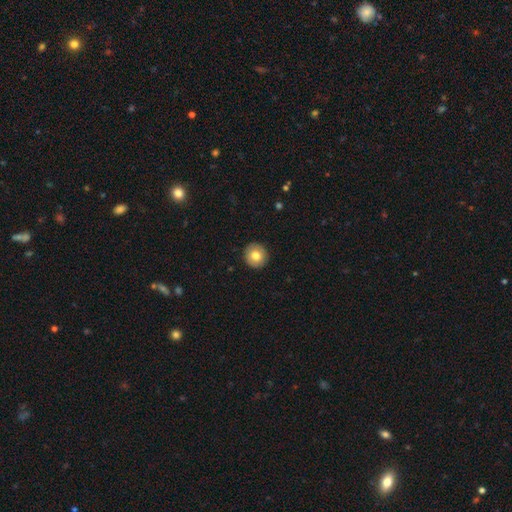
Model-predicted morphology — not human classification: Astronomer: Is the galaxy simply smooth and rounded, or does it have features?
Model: smooth — 78%.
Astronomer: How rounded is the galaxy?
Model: round — 94%.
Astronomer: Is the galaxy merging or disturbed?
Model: none — 92%.